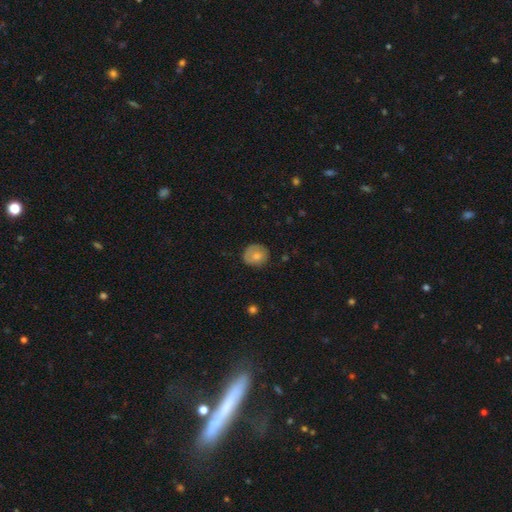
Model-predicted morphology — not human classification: Overall: smooth (71%). How rounded: round (81%). Merging: none (74%).